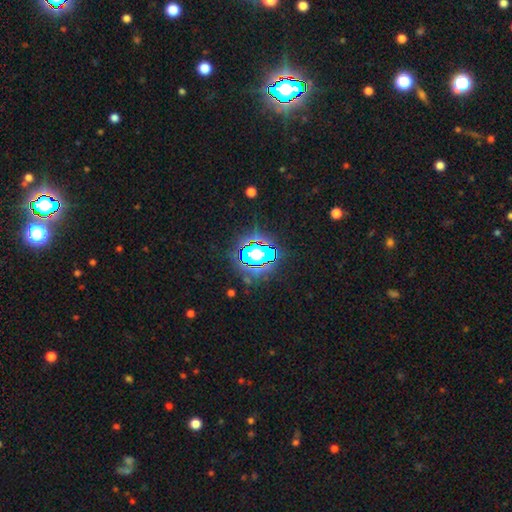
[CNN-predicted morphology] A star or artifact, not a galaxy (63%).

Vote fractions:
- Smooth or featured? star or artifact: 63% / smooth: 22% / featured or disk: 14%